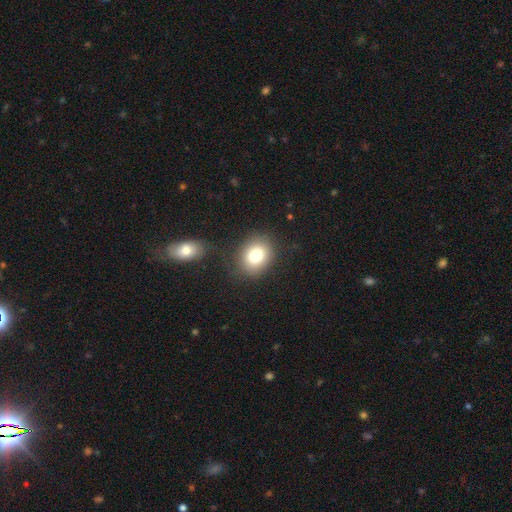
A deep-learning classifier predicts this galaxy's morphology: Smooth or featured? Predicted: smooth (p=0.79). How rounded? Predicted: round (p=0.59). Merging? Predicted: none (p=0.80).